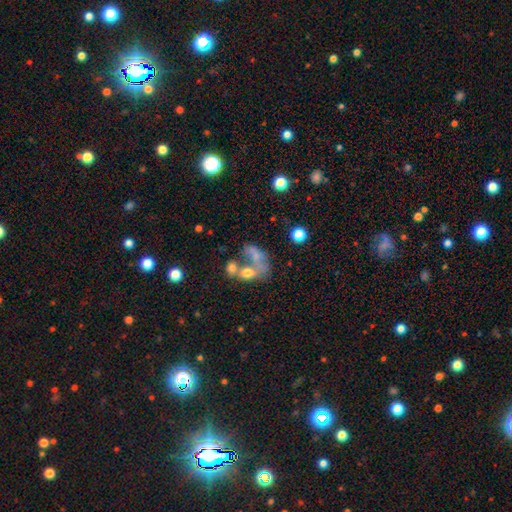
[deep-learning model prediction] A smooth galaxy with no disk features (50%) that is in between round and cigar-shaped (74%).

Vote fractions:
- Smooth or featured? smooth: 50% / featured or disk: 34% / star or artifact: 16%
- How rounded? in between: 74% / round: 22% / cigar-shaped: 4%
- Merging? merger: 56% / major disturbance: 20% / none: 16% / minor disturbance: 9%